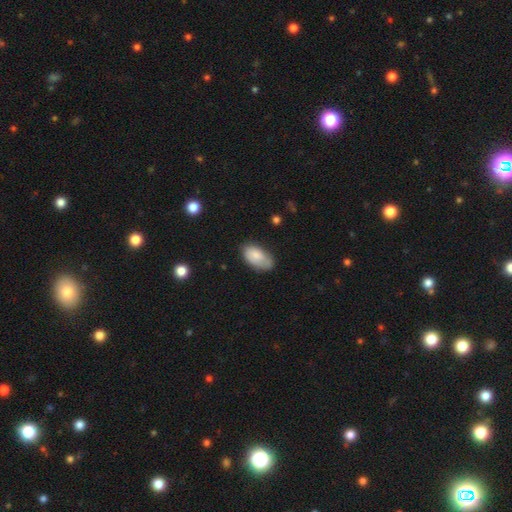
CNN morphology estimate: Smooth or featured?
  - smooth: 80% *
  - featured or disk: 13%
  - star or artifact: 6%
How rounded?
  - in between: 94% *
  - round: 3%
  - cigar-shaped: 2%
Merging?
  - none: 63% *
  - minor disturbance: 28%
  - major disturbance: 7%
  - merger: 2%